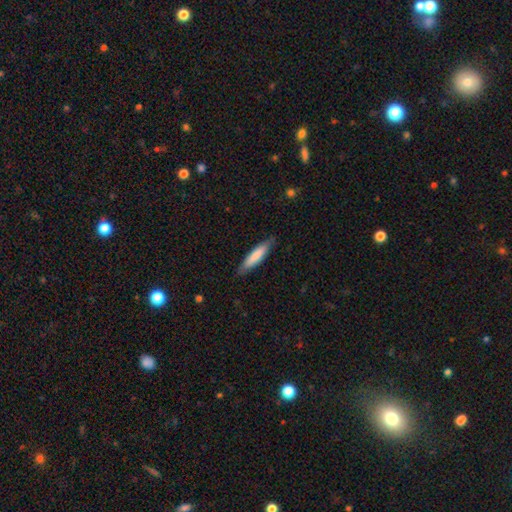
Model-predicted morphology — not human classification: The model was most divided on "how rounded": cigar-shaped: 79%, in between: 20%, round: 1%. More confident: merging — none (84%); smooth or featured — smooth (79%).